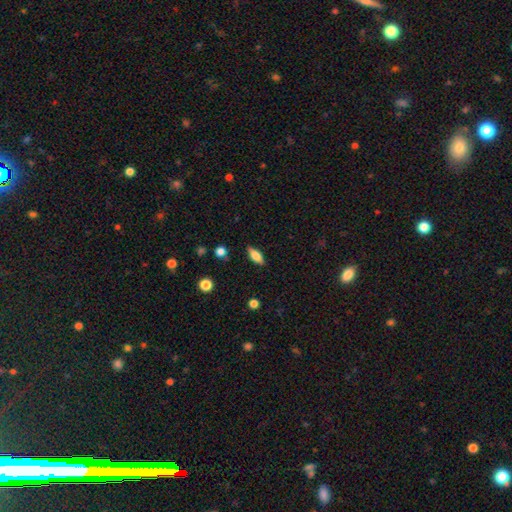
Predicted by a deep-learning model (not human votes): Smooth or featured?
  - smooth: 71% *
  - featured or disk: 21%
  - star or artifact: 8%
How rounded?
  - in between: 77% *
  - cigar-shaped: 20%
  - round: 3%
Merging?
  - none: 86% *
  - minor disturbance: 10%
  - major disturbance: 2%
  - merger: 1%